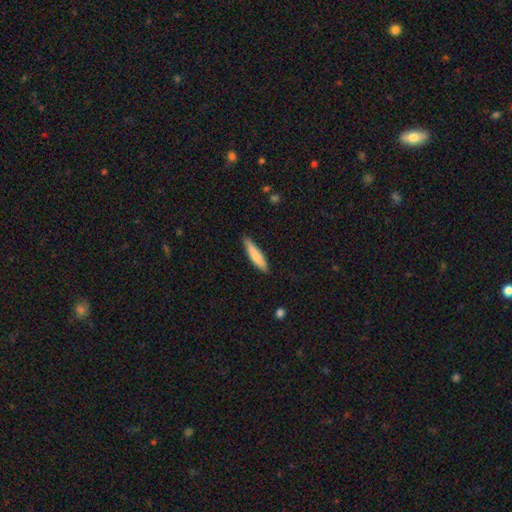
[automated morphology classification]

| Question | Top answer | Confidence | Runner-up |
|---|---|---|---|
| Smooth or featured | smooth | 82% | featured or disk (13%) |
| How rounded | cigar-shaped | 83% | in between (16%) |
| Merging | none | 85% | minor disturbance (12%) |